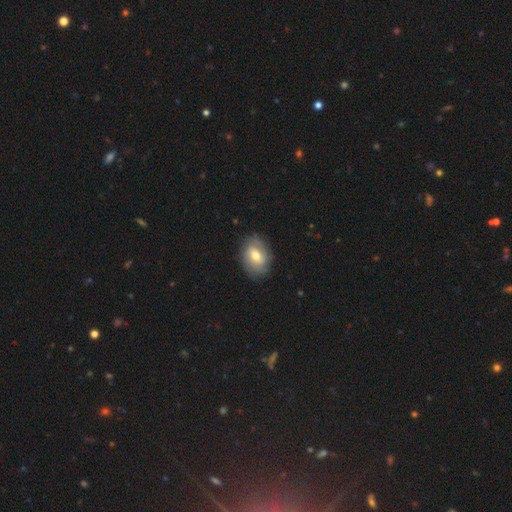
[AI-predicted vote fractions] A smooth galaxy with no disk features (48%).

Vote fractions:
- Smooth or featured? smooth: 48% / featured or disk: 44% / star or artifact: 7%
- Merging? none: 78% / minor disturbance: 16% / major disturbance: 5% / merger: 1%